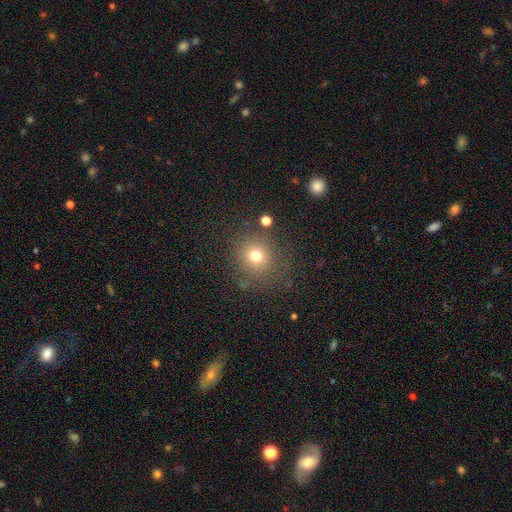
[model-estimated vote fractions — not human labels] Overall: smooth (74%). How rounded: round (89%). Merging: none (82%).